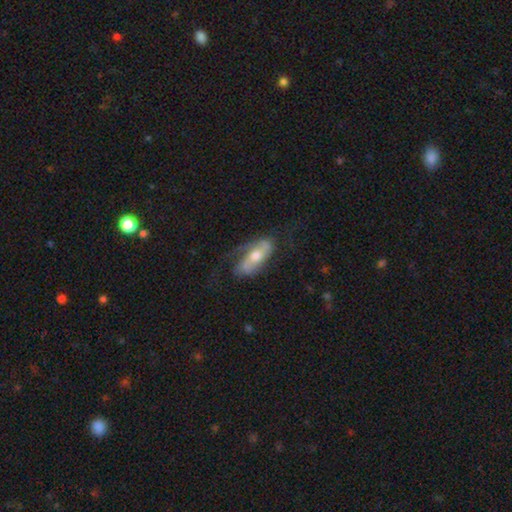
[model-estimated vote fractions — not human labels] This appears to be a featured or disk galaxy (62%) with no bar (50%), spiral arms (80%) and a moderate central bulge (65%). Merging: none (55%).